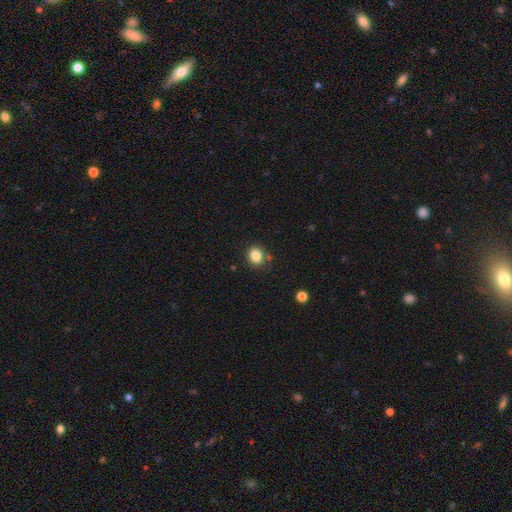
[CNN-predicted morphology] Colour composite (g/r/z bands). It shows a smooth galaxy with no disk features (84%) that is round (64%). Merging: none (81%).